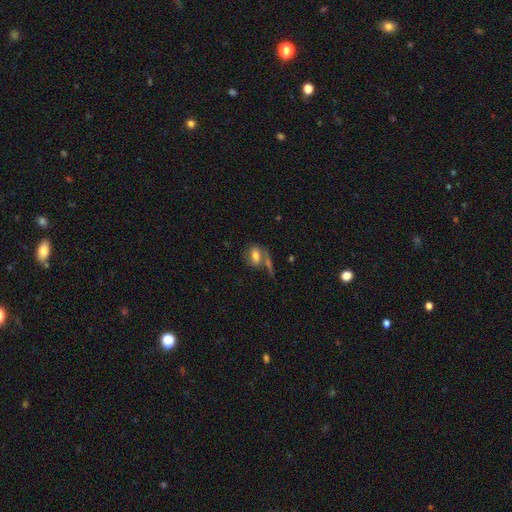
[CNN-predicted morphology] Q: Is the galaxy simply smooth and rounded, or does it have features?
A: smooth — 53%.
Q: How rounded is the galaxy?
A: in between — 74%.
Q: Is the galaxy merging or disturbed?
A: none — 43%.